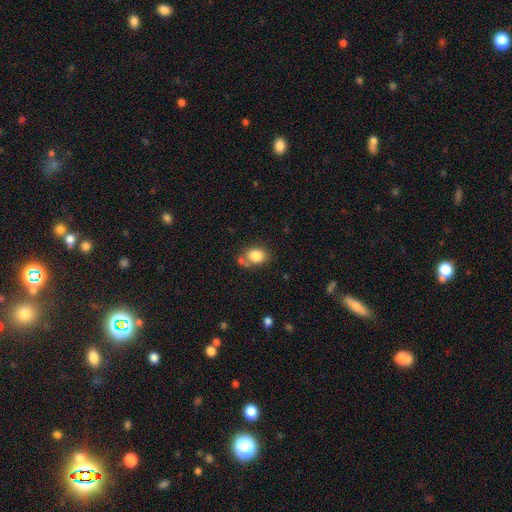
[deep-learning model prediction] Overall: smooth (83%). How rounded: in between (56%; round 43%). Merging: none (59%).